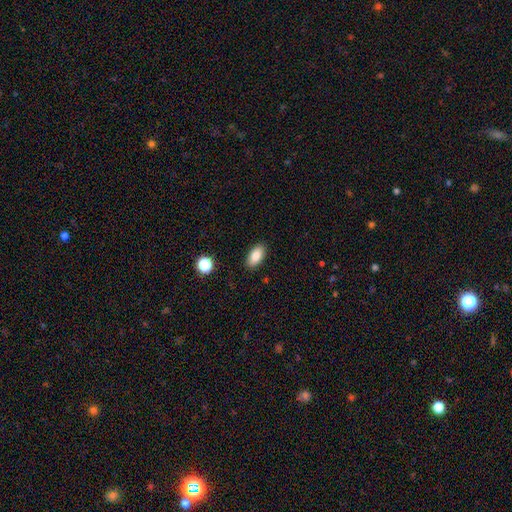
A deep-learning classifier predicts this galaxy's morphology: A smooth galaxy with no disk features (85%) that is in between round and cigar-shaped (92%).

Vote fractions:
- Smooth or featured? smooth: 85% / star or artifact: 8% / featured or disk: 7%
- How rounded? in between: 92% / cigar-shaped: 5% / round: 4%
- Merging? none: 89% / minor disturbance: 8% / major disturbance: 2% / merger: 1%